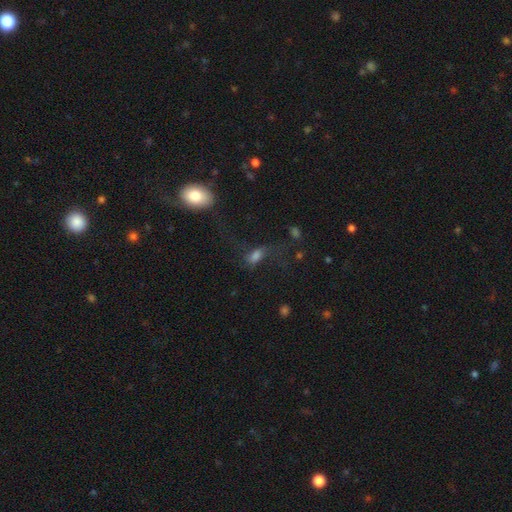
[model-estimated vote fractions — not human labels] This is possibly a smooth galaxy (57%). How rounded: likely in between (77%). Merging: marginally none (41%).